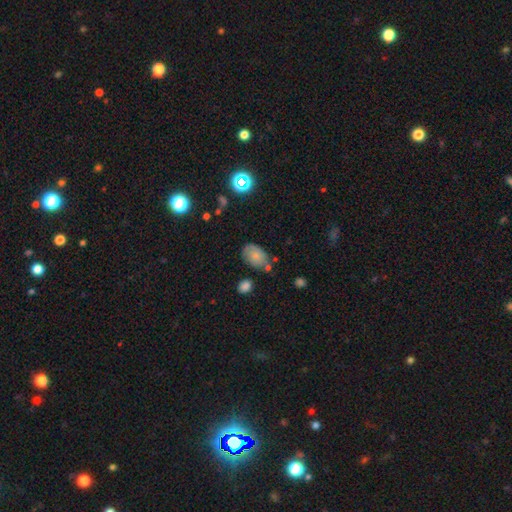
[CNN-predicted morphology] Smooth or featured? smooth (69%)
How rounded? in between (85%)
Merging? none (59%)